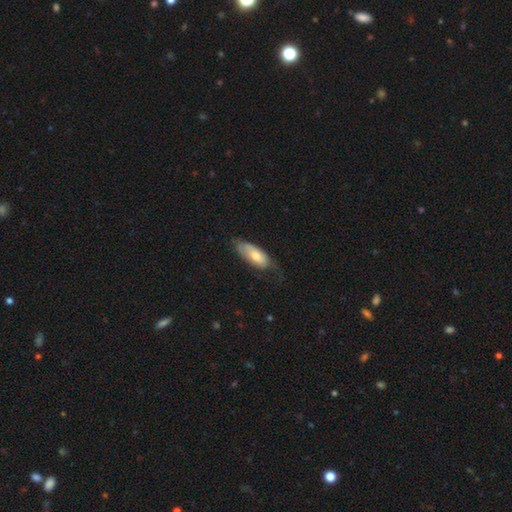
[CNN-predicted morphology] Smooth or featured? smooth (68%)
How rounded? in between (81%)
Merging? none (50%)